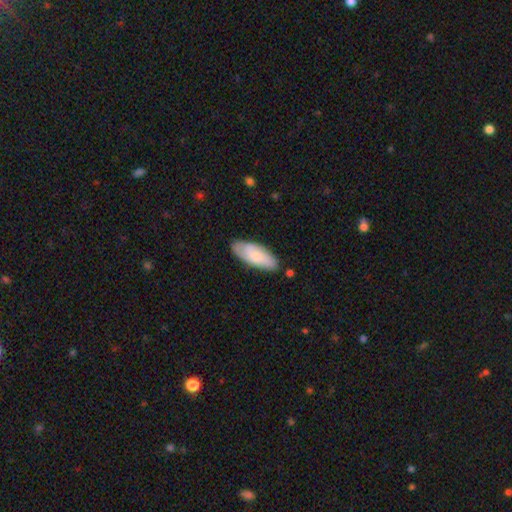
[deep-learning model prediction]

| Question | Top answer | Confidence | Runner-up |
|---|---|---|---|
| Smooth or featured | smooth | 75% | featured or disk (20%) |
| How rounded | in between | 78% | cigar-shaped (21%) |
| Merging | none | 76% | minor disturbance (19%) |